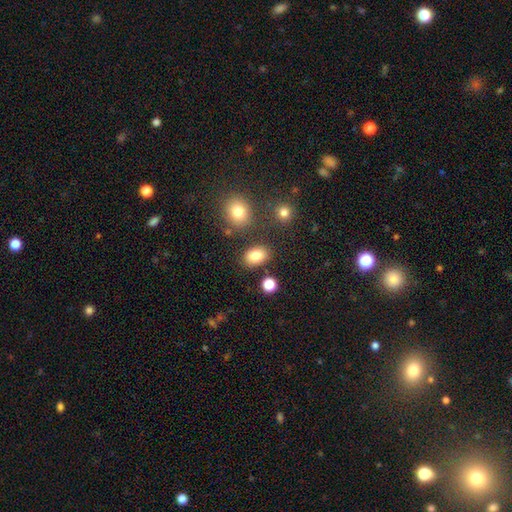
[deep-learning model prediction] Smooth or featured? smooth (83%)
How rounded? in between (82%)
Merging? none (81%)